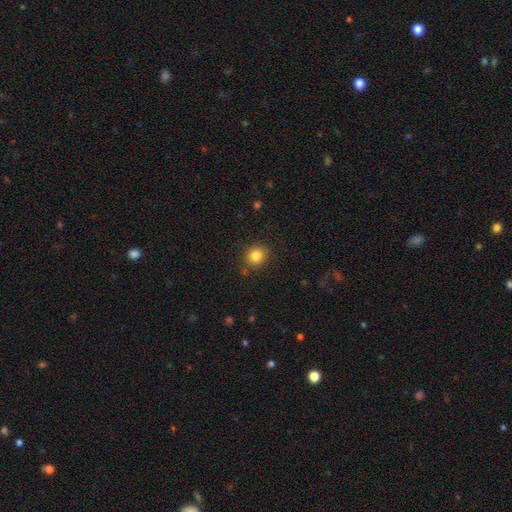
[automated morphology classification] Smooth or featured? Predicted: smooth (p=0.84). How rounded? Predicted: round (p=0.79). Merging? Predicted: none (p=0.84).